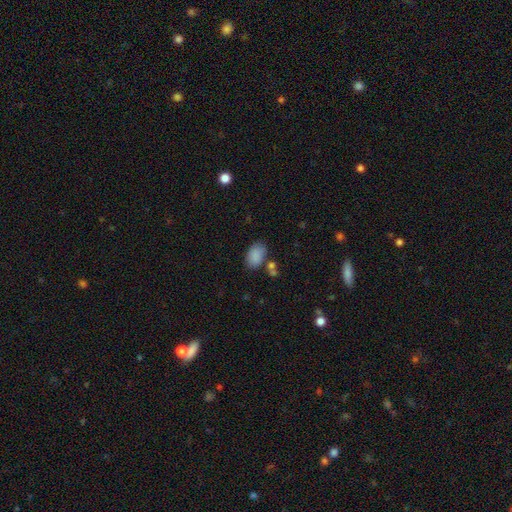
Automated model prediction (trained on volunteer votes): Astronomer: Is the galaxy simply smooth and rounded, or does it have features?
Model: smooth — 87%.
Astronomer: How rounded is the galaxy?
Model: in between — 89%.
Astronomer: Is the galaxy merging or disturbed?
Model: none — 70%.